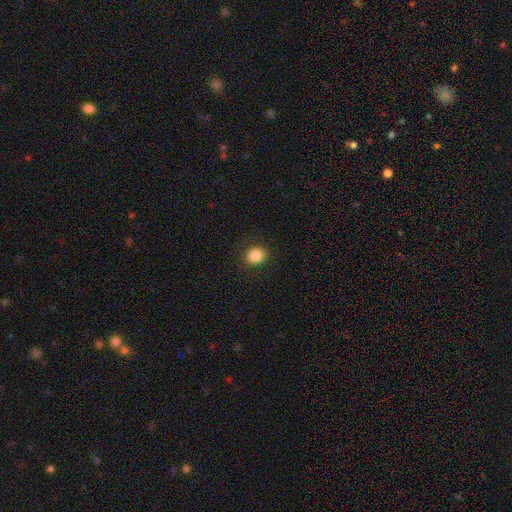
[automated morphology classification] type=smooth (86%); roundness=round (79%); merging=none (88%).